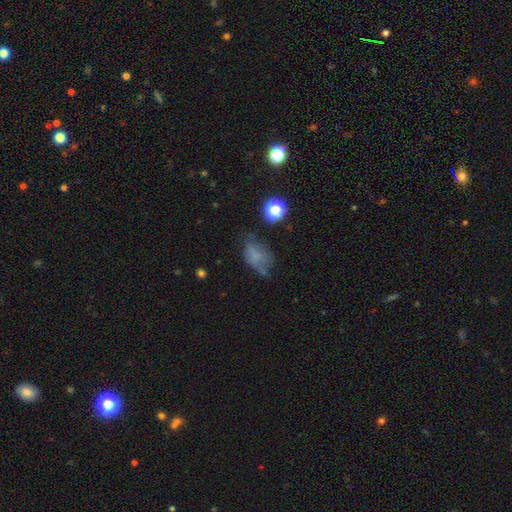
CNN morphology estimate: A smooth galaxy with no disk features (55%) that is in between round and cigar-shaped (81%).

Vote fractions:
- Smooth or featured? smooth: 55% / featured or disk: 26% / star or artifact: 19%
- How rounded? in between: 81% / round: 16% / cigar-shaped: 3%
- Merging? none: 42% / minor disturbance: 31% / major disturbance: 23% / merger: 4%